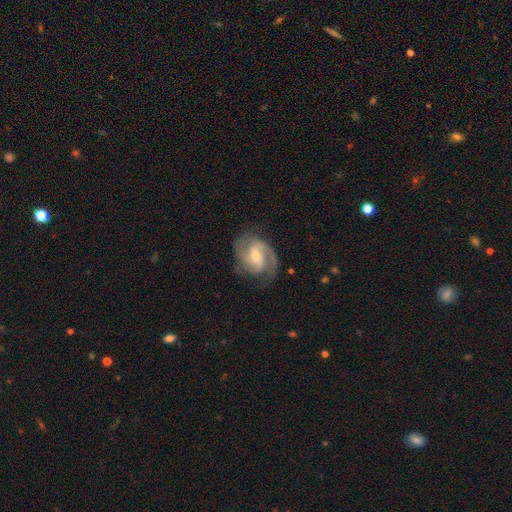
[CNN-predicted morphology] Overall: featured or disk (88%). Edge-on disk: no (98%). Bar: weak (55%; no 26%). Spiral arms: yes (97%). Spiral arm count: 2 (59%; 3 23%). Spiral winding: medium (52%; tight 36%). Bulge size: moderate (50%; small 36%). Merging: none (71%).